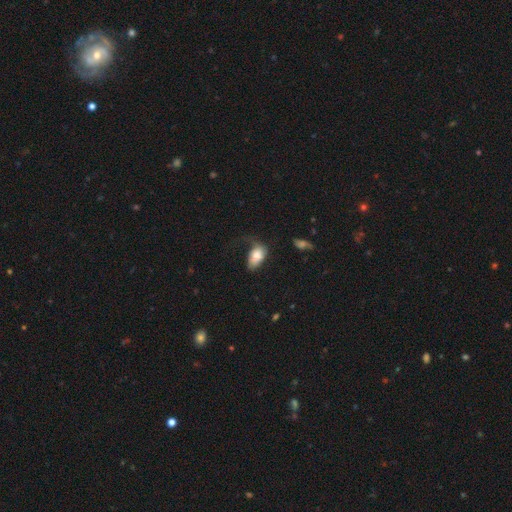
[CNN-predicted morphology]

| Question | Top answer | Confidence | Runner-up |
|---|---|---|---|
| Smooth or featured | smooth | 75% | featured or disk (18%) |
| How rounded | in between | 91% | round (7%) |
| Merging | major disturbance | 39% | minor disturbance (31%) |